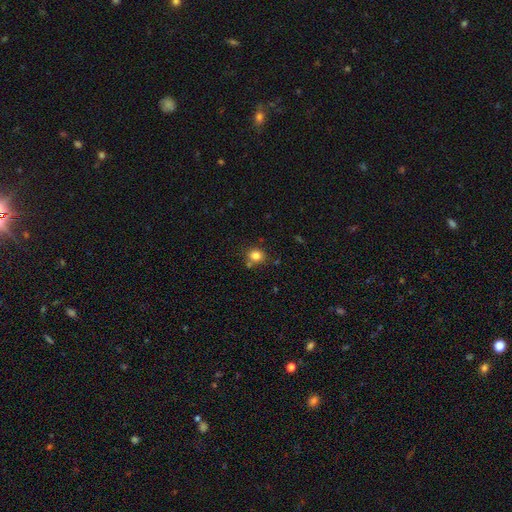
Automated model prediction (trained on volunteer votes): smooth_or_featured: smooth (p=0.82) [alt: star or artifact p=0.12]
how_rounded: round (p=0.70) [alt: in between p=0.29]
merging: none (p=0.72) [alt: minor disturbance p=0.13]